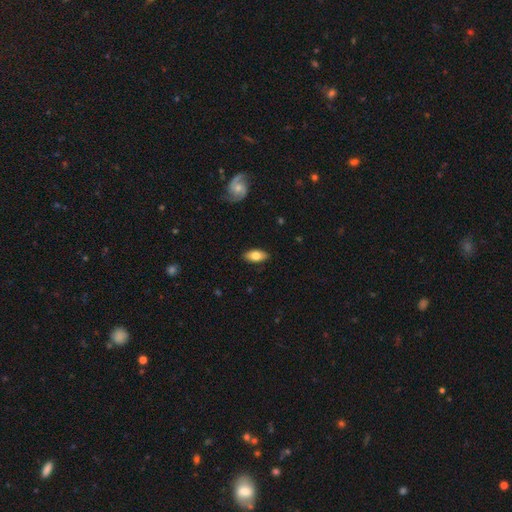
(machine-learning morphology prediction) The model was most divided on "smooth or featured": smooth: 75%, featured or disk: 18%, star or artifact: 6%. More confident: how rounded — in between (89%); merging — none (87%).